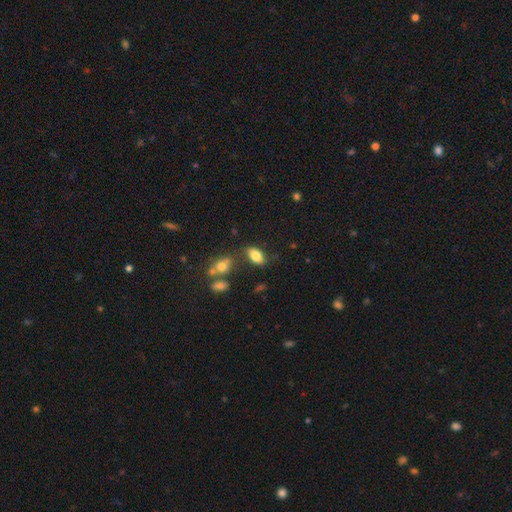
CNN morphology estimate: This appears to be a smooth galaxy with no disk features (82%) that is in between round and cigar-shaped (90%). Merging: none (68%).